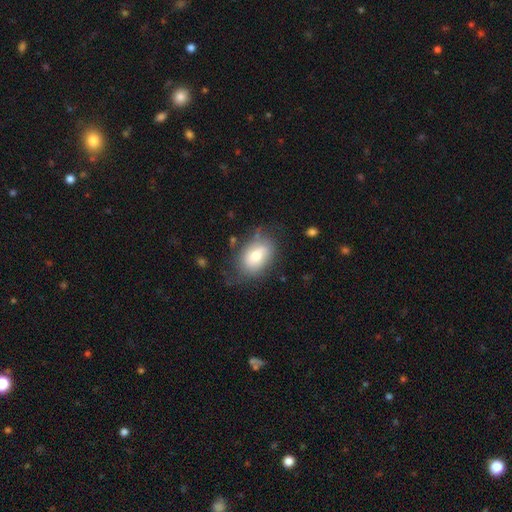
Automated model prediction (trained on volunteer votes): A smooth galaxy with no disk features (68%) that is in between round and cigar-shaped (82%). Merging: none (67%).